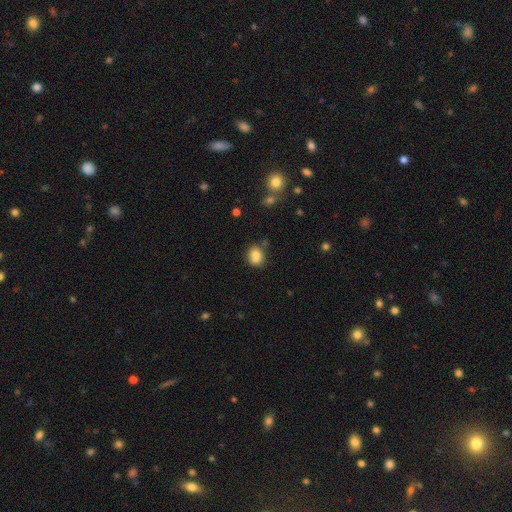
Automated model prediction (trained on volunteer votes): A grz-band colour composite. It shows a smooth galaxy with no disk features (78%) that is round (61%). Merging: none (53%).